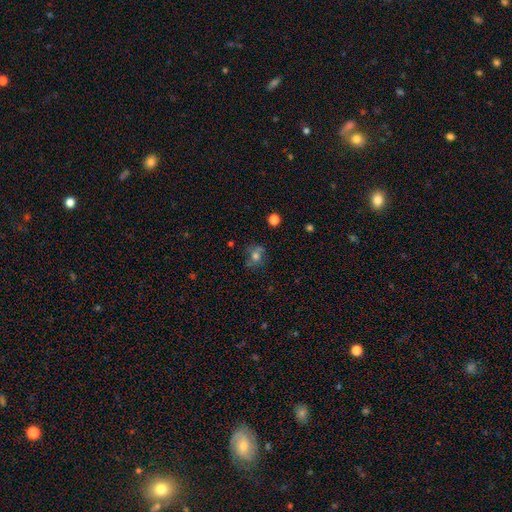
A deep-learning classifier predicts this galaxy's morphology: Q: Smooth or featured?
A: smooth (64%); runner-up: featured or disk (19%)
Q: How rounded?
A: round (69%); runner-up: in between (29%)
Q: Merging?
A: none (62%); runner-up: minor disturbance (21%)